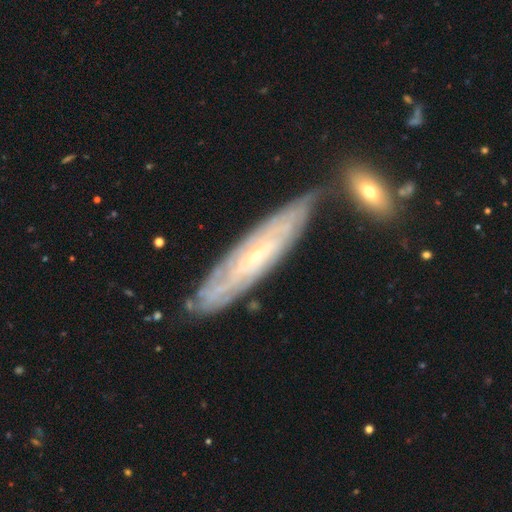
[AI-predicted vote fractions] featured or disk 78%, smooth 15%, star or artifact 6%. Down the decision tree: edge-on disk — no (66%); bar — no (68%); spiral arms — yes (88%); bulge size — small (82%); merging — none (73%).